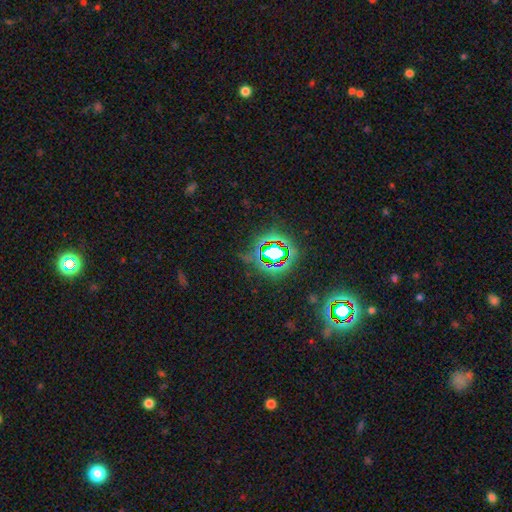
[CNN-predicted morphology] A star or artifact, not a galaxy (80%).